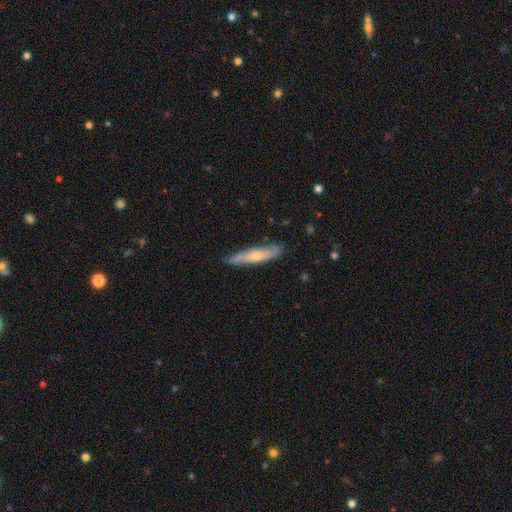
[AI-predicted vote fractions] Overall: smooth (47%, tied with featured or disk). Merging: none (80%).